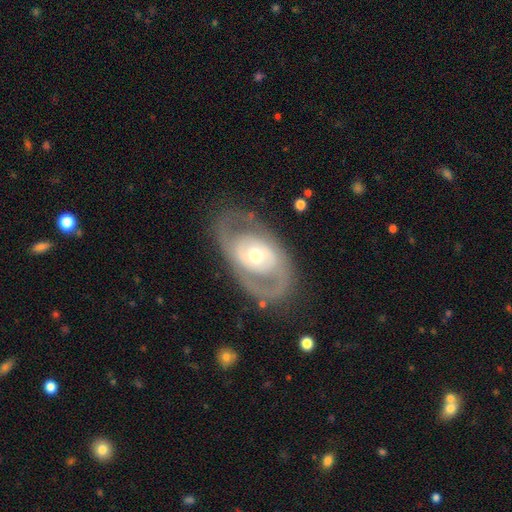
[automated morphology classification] This appears to be a featured or disk galaxy (73%) with no bar (76%), no spiral arms (54%) and a moderate central bulge (65%). Merging: none (74%).